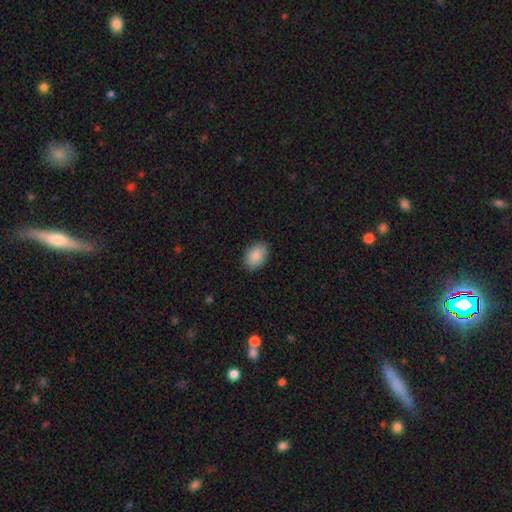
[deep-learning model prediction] Q: Smooth or featured?
A: smooth (89%); runner-up: star or artifact (7%)
Q: How rounded?
A: in between (81%); runner-up: round (18%)
Q: Merging?
A: none (87%); runner-up: minor disturbance (10%)